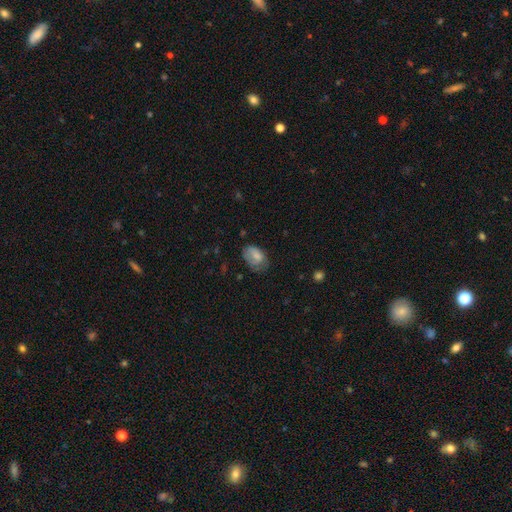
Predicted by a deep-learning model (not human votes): Smooth or featured?
  - smooth: 73% *
  - featured or disk: 19%
  - star or artifact: 8%
How rounded?
  - in between: 85% *
  - round: 14%
  - cigar-shaped: 1%
Merging?
  - none: 47% *
  - minor disturbance: 34%
  - major disturbance: 17%
  - merger: 2%